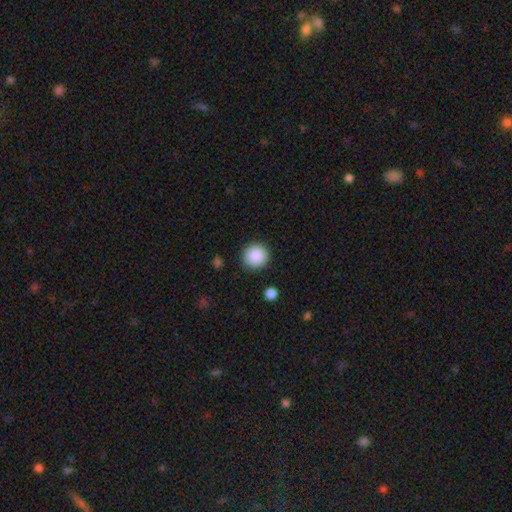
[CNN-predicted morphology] Smooth or featured: smooth — 89% (star or artifact — 8%)
How rounded: round — 94% (in between — 5%)
Merging: none — 91% (minor disturbance — 6%)